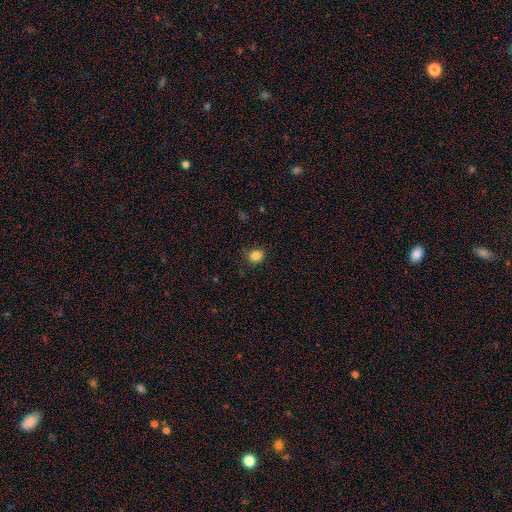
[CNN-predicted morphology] Overall: smooth (84%). How rounded: round (82%). Merging: none (84%).